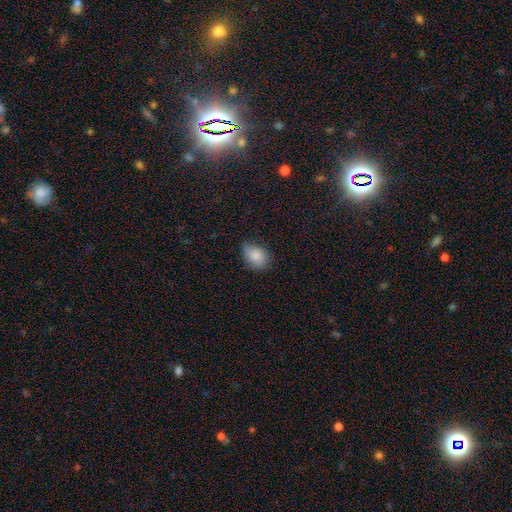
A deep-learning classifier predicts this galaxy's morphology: smooth 85%, star or artifact 8%, featured or disk 7%. Down the decision tree: how rounded — in between (79%); merging — none (65%).